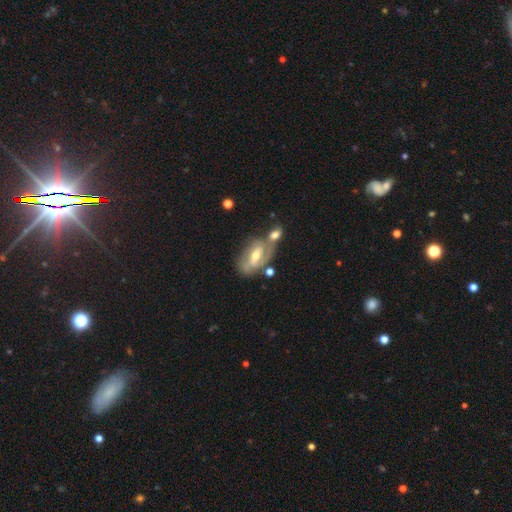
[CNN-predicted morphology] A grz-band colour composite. It shows a featured or disk galaxy (77%) with a weak bar (43%), 2 (68%) medium (42%) spiral arms (84%) and a moderate central bulge (63%). Merging: none (43%).